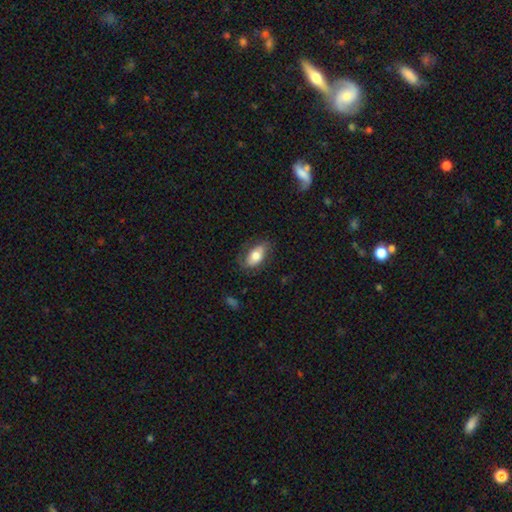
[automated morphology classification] The model was most divided on "smooth or featured": smooth: 68%, featured or disk: 26%, star or artifact: 7%. More confident: how rounded — in between (89%); merging — none (69%).